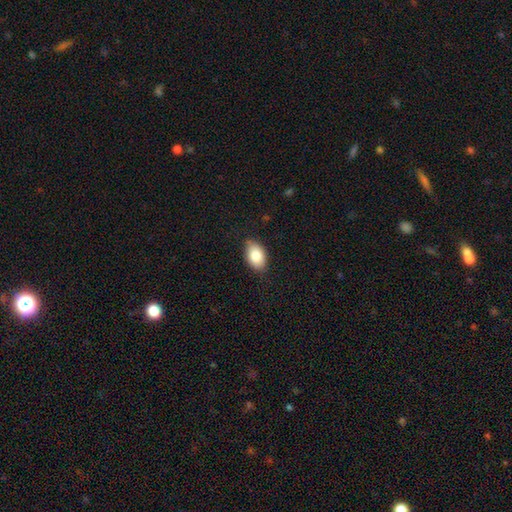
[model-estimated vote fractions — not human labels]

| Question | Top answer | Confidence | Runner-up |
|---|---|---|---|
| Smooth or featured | smooth | 85% | featured or disk (8%) |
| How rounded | in between | 90% | round (9%) |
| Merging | none | 81% | minor disturbance (16%) |